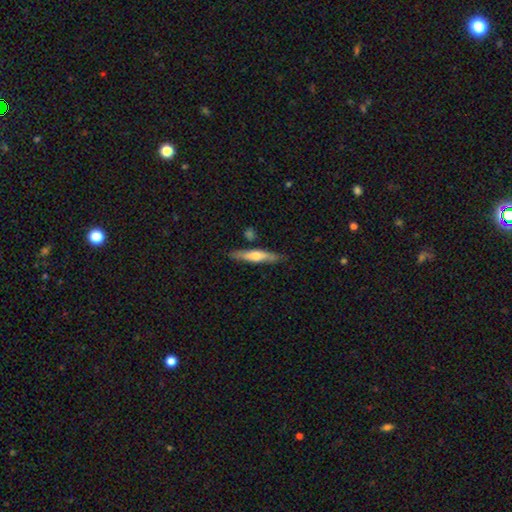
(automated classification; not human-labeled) Smooth or featured: smooth — 48% (featured or disk — 46%)
Merging: none — 81% (minor disturbance — 12%)